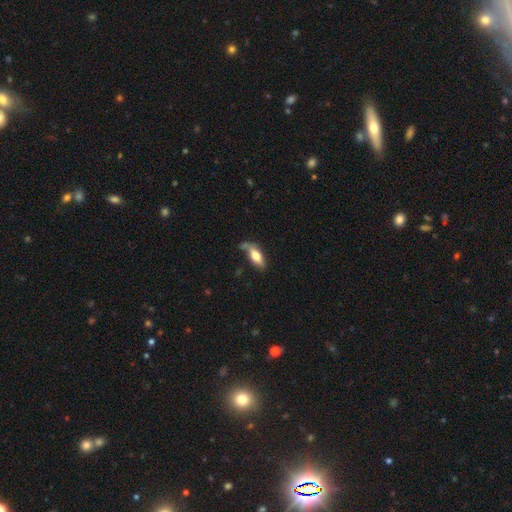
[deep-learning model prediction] Smooth or featured? smooth (66%)
How rounded? in between (73%)
Merging? none (50%)